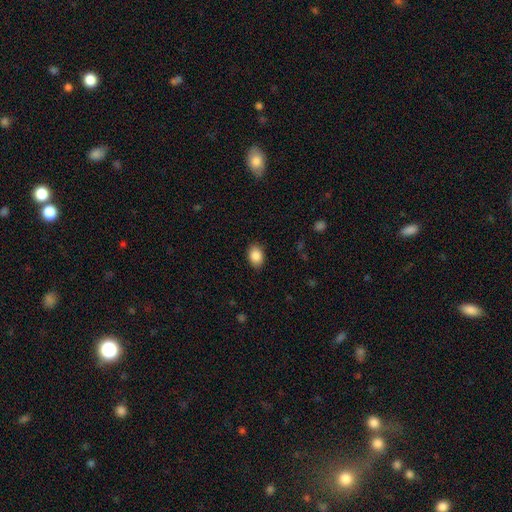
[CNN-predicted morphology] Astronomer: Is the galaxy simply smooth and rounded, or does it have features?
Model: smooth — 88%.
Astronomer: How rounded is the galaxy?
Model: in between — 77%.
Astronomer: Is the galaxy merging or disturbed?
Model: none — 87%.